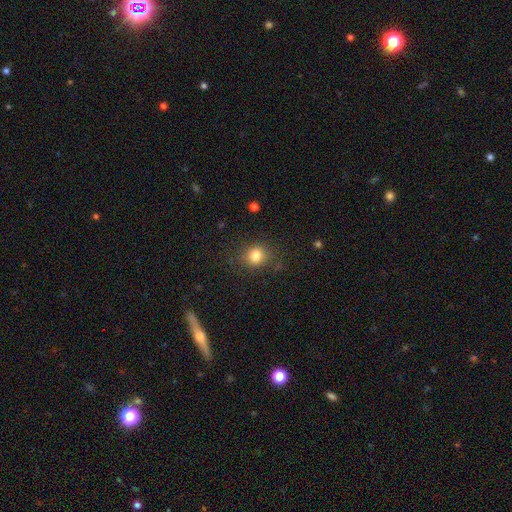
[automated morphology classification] Smooth or featured? smooth (82%)
How rounded? round (72%)
Merging? none (82%)